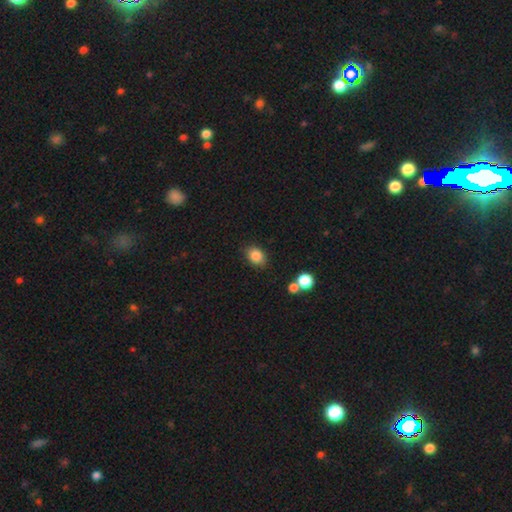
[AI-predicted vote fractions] Morphology: type=smooth (85%); roundness=in between (63%); merging=none (80%).